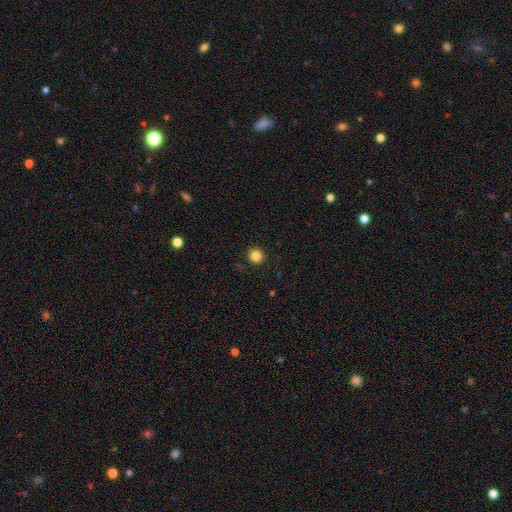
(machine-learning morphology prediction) The model was most divided on "smooth or featured": smooth: 84%, star or artifact: 12%, featured or disk: 4%. More confident: how rounded — round (94%); merging — none (92%).